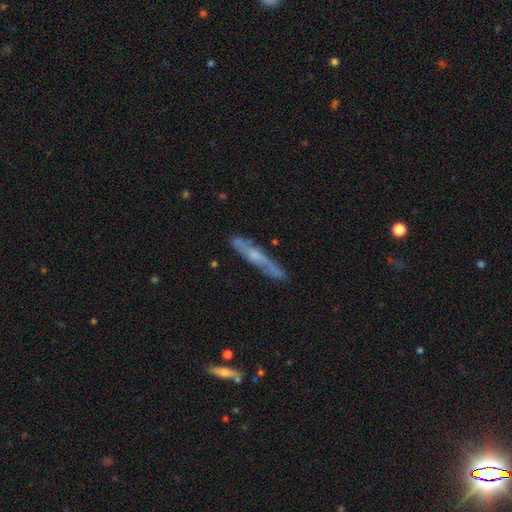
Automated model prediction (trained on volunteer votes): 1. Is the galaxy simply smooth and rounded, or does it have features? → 60% featured or disk, 32% smooth, 8% star or artifact.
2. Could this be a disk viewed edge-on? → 72% yes, 28% no.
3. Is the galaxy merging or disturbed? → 80% none, 15% minor disturbance, 3% major disturbance, 2% merger.